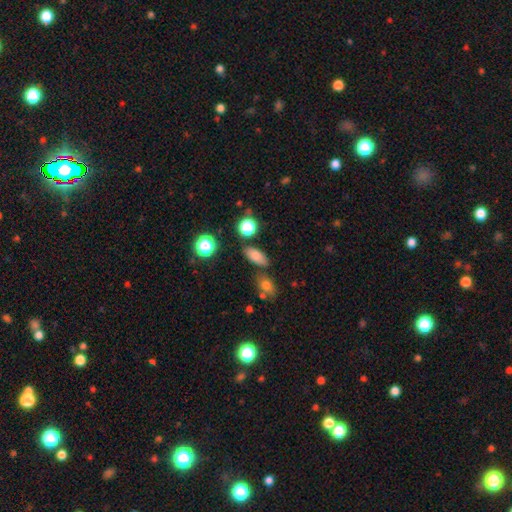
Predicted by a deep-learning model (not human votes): A smooth galaxy with no disk features (79%) that is in between round and cigar-shaped (79%). Merging: none (80%).